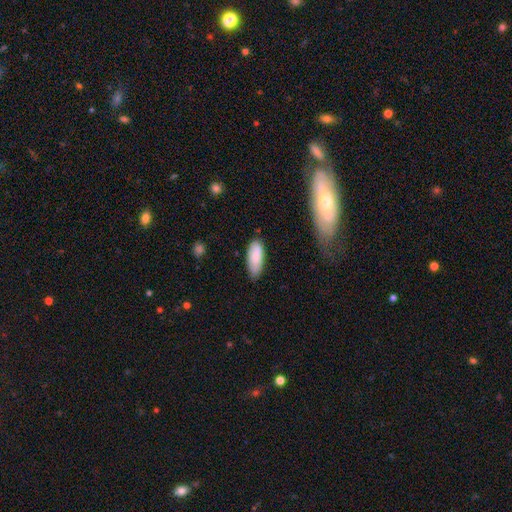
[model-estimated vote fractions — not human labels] Morphology: type=smooth (85%); roundness=in between (79%); merging=none (73%).